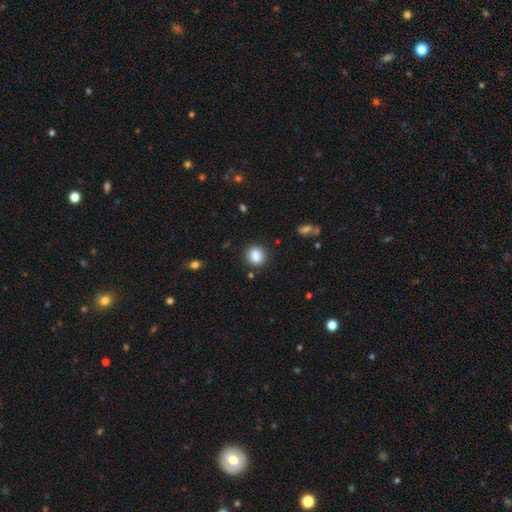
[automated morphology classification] A smooth galaxy with no disk features (85%) that is round (70%).

Vote fractions:
- Smooth or featured? smooth: 85% / star or artifact: 9% / featured or disk: 6%
- How rounded? round: 70% / in between: 28% / cigar-shaped: 1%
- Merging? none: 85% / minor disturbance: 10% / major disturbance: 3% / merger: 3%